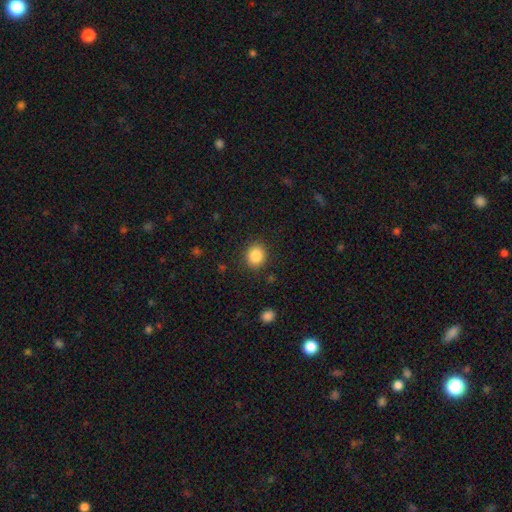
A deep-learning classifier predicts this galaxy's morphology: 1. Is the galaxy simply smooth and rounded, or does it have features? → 86% smooth, 9% star or artifact, 5% featured or disk.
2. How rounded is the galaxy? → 76% round, 23% in between, 1% cigar-shaped.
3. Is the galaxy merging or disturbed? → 88% none, 8% minor disturbance, 3% major disturbance, 1% merger.